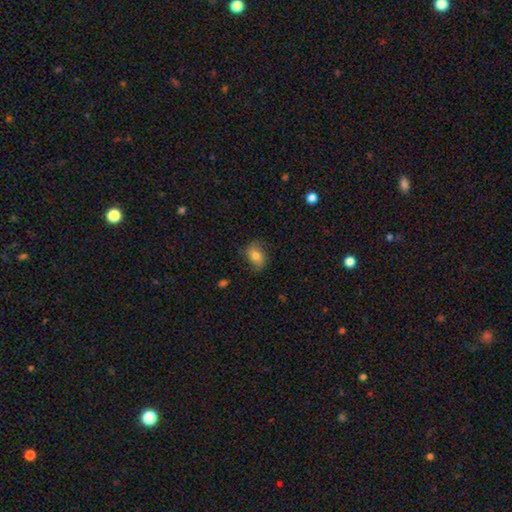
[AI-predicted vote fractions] Smooth or featured? smooth (75%)
How rounded? in between (78%)
Merging? none (76%)